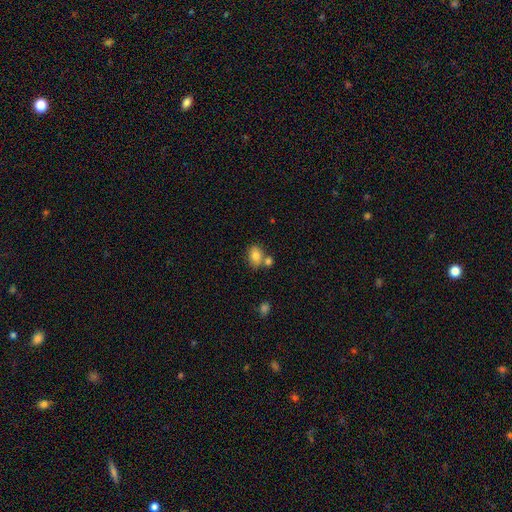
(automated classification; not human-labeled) smooth 81%, featured or disk 10%, star or artifact 9%. Down the decision tree: how rounded — in between (69%); merging — none (58%).